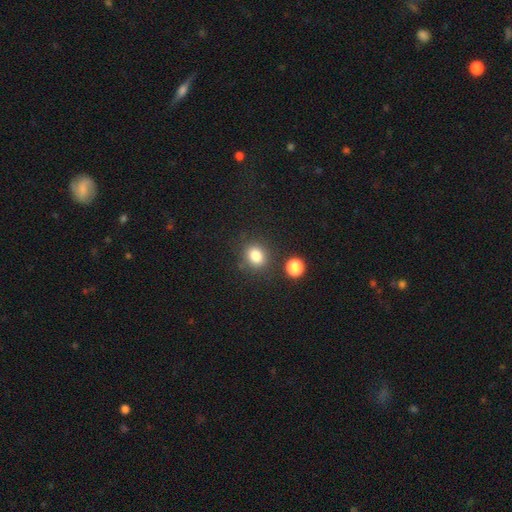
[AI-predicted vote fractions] Overall: smooth (83%). How rounded: round (71%). Merging: none (80%).